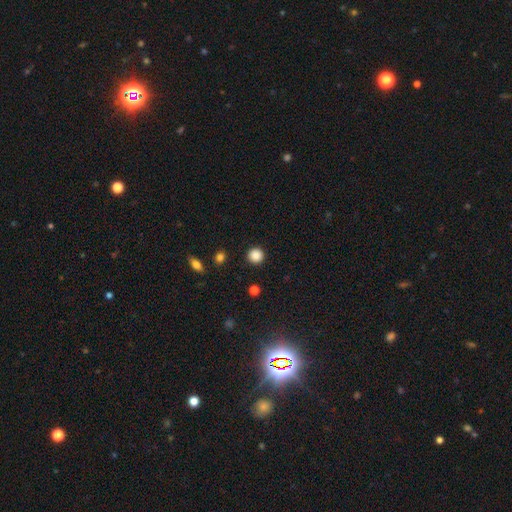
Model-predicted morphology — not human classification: type=smooth (88%); roundness=round (94%); merging=none (92%).